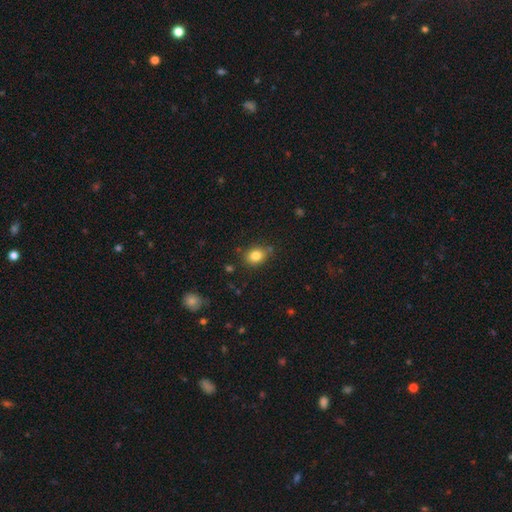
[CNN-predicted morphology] type=smooth (82%); roundness=round (53%); merging=none (79%).